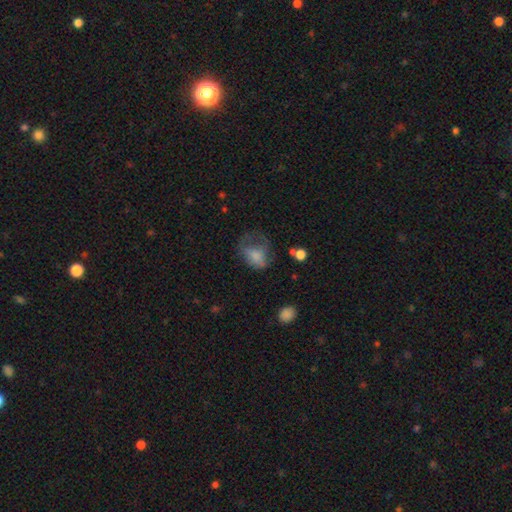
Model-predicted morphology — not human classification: Smooth or featured?
  - smooth: 65% *
  - featured or disk: 25%
  - star or artifact: 11%
How rounded?
  - in between: 62% *
  - round: 37%
  - cigar-shaped: 1%
Merging?
  - major disturbance: 46% *
  - none: 26%
  - minor disturbance: 25%
  - merger: 3%